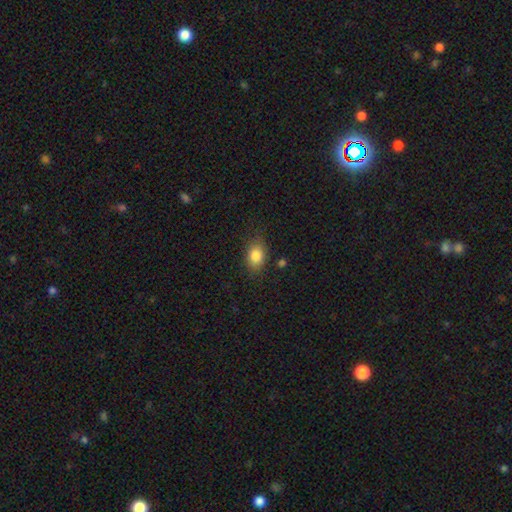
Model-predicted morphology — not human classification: Overall: smooth (83%). How rounded: in between (77%). Merging: none (79%).